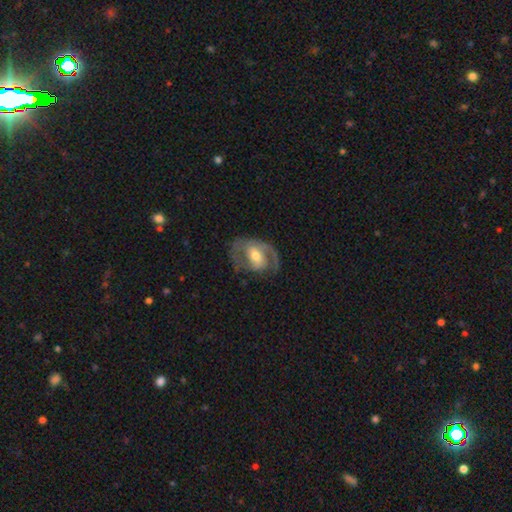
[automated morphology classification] Smooth or featured? featured or disk (78%)
Edge-on disk? no (96%)
Bar? weak (42%)
Spiral arms? yes (87%)
Spiral winding? medium (49%)
Spiral arm count? 2 (71%)
Bulge size? moderate (62%)
Merging? none (64%)